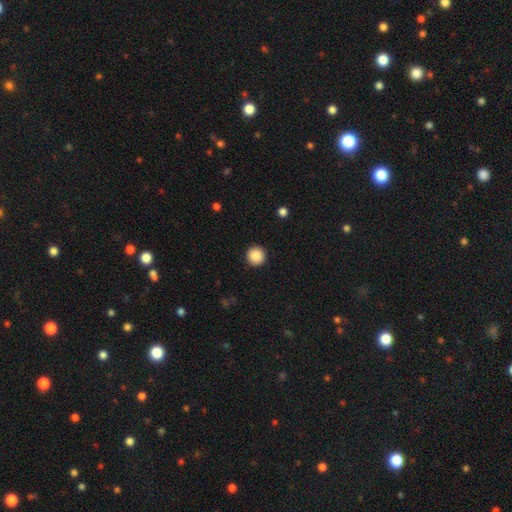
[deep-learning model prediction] This appears to be a smooth galaxy with no disk features (88%) that is round (96%). Merging: none (92%).